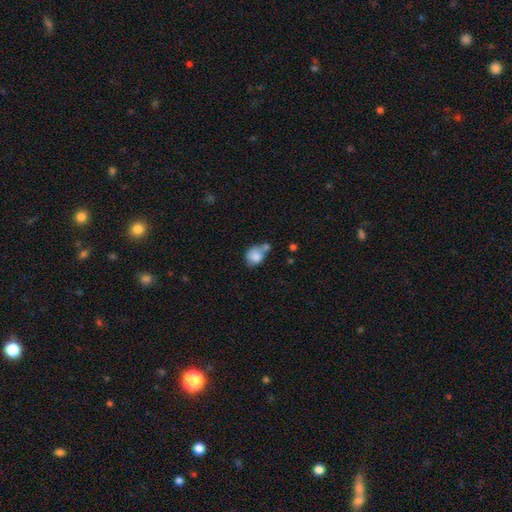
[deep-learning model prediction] Smooth or featured? Predicted: smooth (p=0.77). How rounded? Predicted: round (p=0.52). Merging? Predicted: merger (p=0.38).